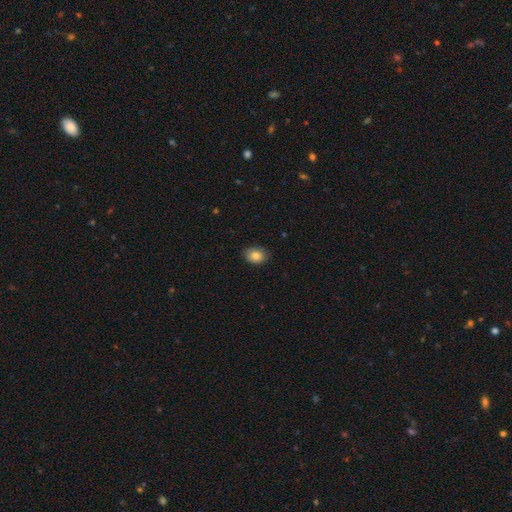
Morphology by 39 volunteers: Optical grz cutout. It shows a smooth galaxy with no disk features (82%) that is in between round and cigar-shaped (66%). Merging: none (94%).